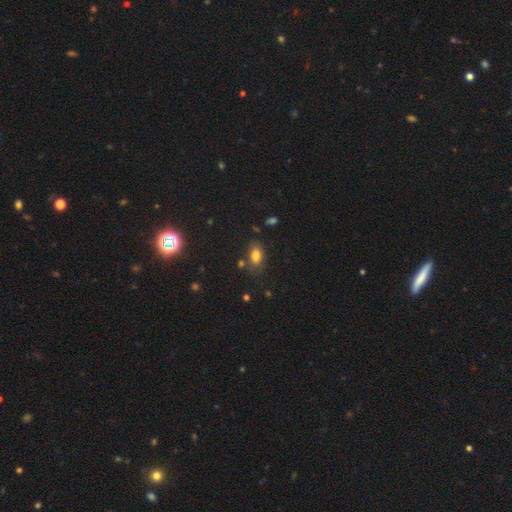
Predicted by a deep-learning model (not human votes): smooth-or-featured: smooth: 78% | star or artifact: 12% | featured or disk: 11%
  how-rounded: in between: 85% | round: 12% | cigar-shaped: 3%
  merging: none: 71% | minor disturbance: 18% | merger: 6% | major disturbance: 5%